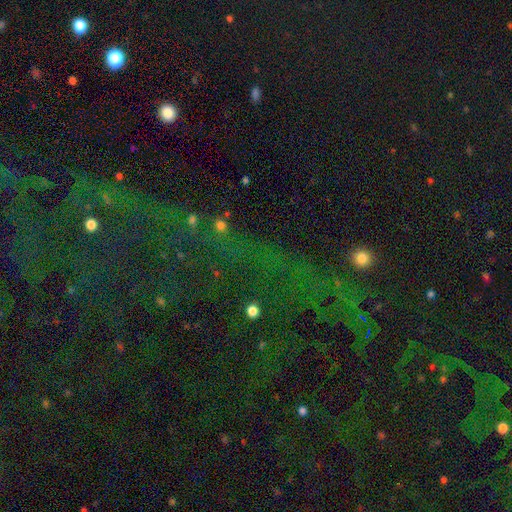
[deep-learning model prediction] Overall: star or artifact (73%).